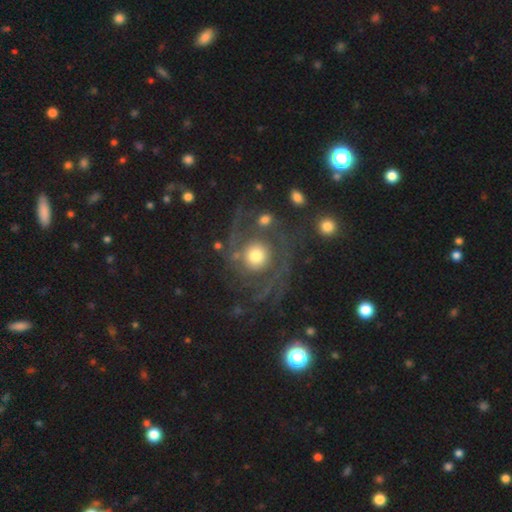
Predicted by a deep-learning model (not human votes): Smooth or featured: featured or disk — 71% (smooth — 21%)
Edge-on disk: no — 96% (yes — 4%)
Bar: no — 84% (weak — 12%)
Spiral arms: yes — 81% (no — 19%)
Spiral winding: tight — 40% (medium — 35%)
Spiral arm count: 2 — 31% (can't tell — 26%)
Bulge size: moderate — 54% (large — 25%)
Merging: none — 60% (major disturbance — 19%)